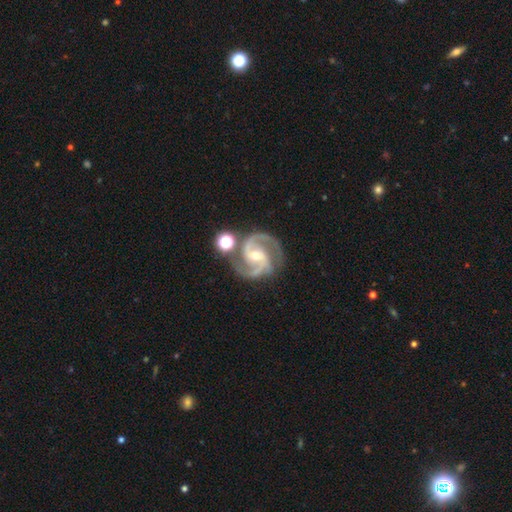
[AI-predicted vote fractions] Q: Smooth or featured?
A: featured or disk (93%); runner-up: star or artifact (4%)
Q: Edge-on disk?
A: no (98%); runner-up: yes (2%)
Q: Bar?
A: weak (41%); runner-up: no (36%)
Q: Spiral arms?
A: yes (99%); runner-up: no (1%)
Q: Spiral winding?
A: medium (64%); runner-up: tight (27%)
Q: Spiral arm count?
A: 2 (73%); runner-up: 3 (20%)
Q: Bulge size?
A: small (54%); runner-up: moderate (42%)
Q: Merging?
A: none (74%); runner-up: minor disturbance (15%)